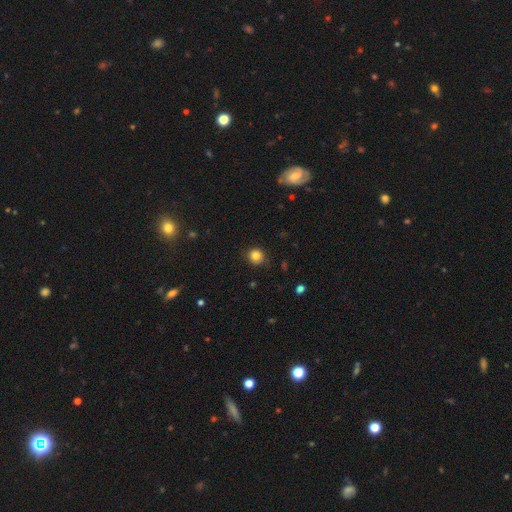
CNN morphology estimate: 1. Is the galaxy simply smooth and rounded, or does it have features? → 83% smooth, 11% star or artifact, 5% featured or disk.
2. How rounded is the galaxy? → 89% round, 10% in between, 1% cigar-shaped.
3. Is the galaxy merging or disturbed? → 85% none, 11% minor disturbance, 3% major disturbance, 1% merger.